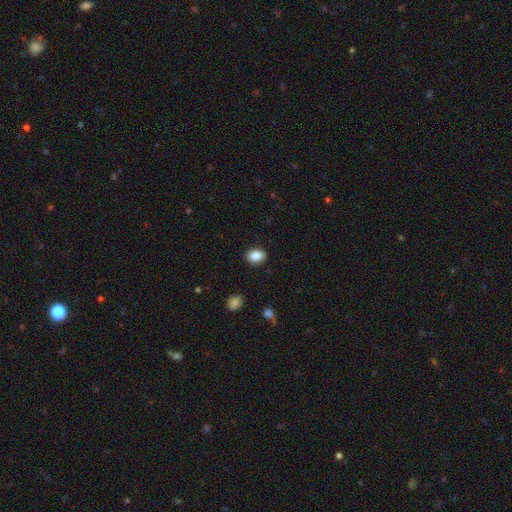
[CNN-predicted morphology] A smooth galaxy with no disk features (86%) that is in between round and cigar-shaped (73%).

Vote fractions:
- Smooth or featured? smooth: 86% / star or artifact: 8% / featured or disk: 6%
- How rounded? in between: 73% / round: 26% / cigar-shaped: 1%
- Merging? none: 89% / minor disturbance: 8% / major disturbance: 2% / merger: 1%